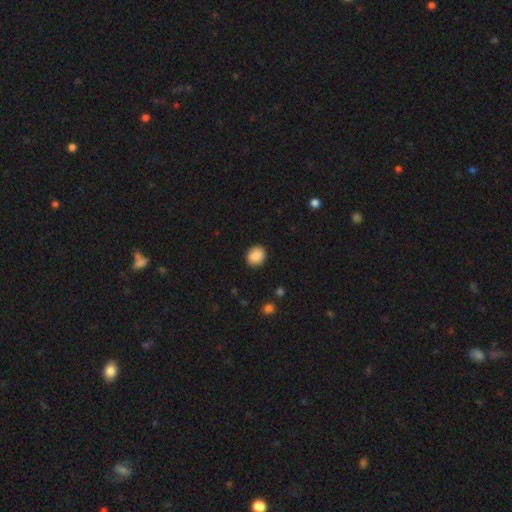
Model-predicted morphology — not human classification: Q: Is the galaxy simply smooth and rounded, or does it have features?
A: smooth — 89%.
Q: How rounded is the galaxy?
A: round — 72%.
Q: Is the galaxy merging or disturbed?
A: none — 89%.